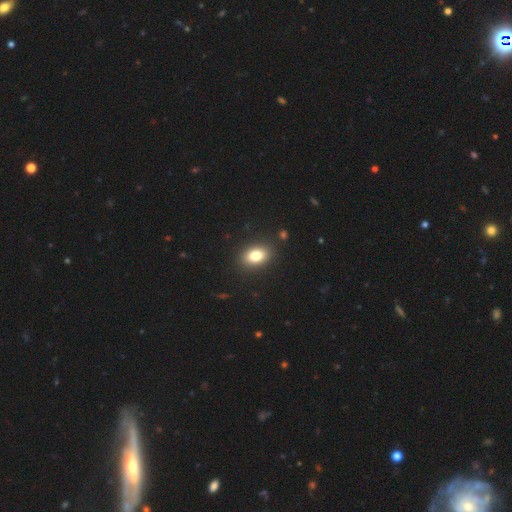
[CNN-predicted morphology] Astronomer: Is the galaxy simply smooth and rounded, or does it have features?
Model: smooth — 81%.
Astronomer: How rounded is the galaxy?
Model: in between — 81%.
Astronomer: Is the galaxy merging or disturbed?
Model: none — 88%.